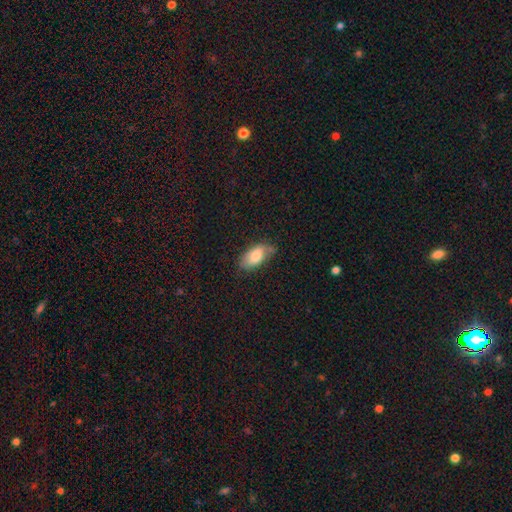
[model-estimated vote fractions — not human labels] A smooth galaxy with no disk features (77%) that is in between round and cigar-shaped (91%).

Vote fractions:
- Smooth or featured? smooth: 77% / featured or disk: 16% / star or artifact: 7%
- How rounded? in between: 91% / cigar-shaped: 6% / round: 3%
- Merging? none: 60% / minor disturbance: 30% / major disturbance: 7% / merger: 2%